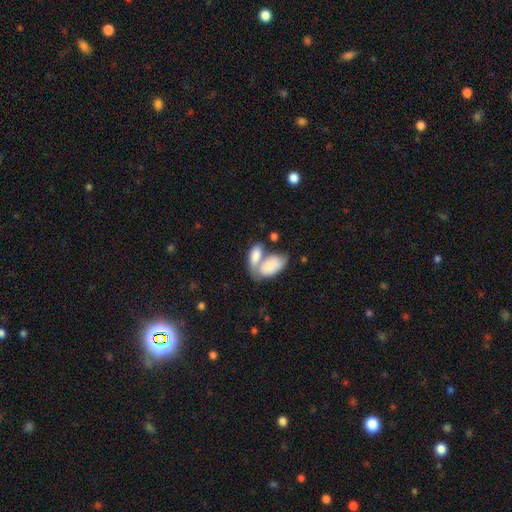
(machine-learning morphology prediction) type=smooth (79%); roundness=in between (93%); merging=merger (67%).